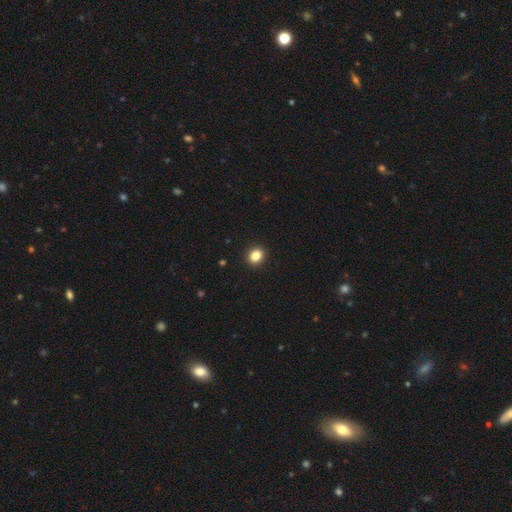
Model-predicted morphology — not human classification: Smooth or featured: smooth — 85% (star or artifact — 11%)
How rounded: round — 68% (in between — 31%)
Merging: none — 92% (minor disturbance — 5%)